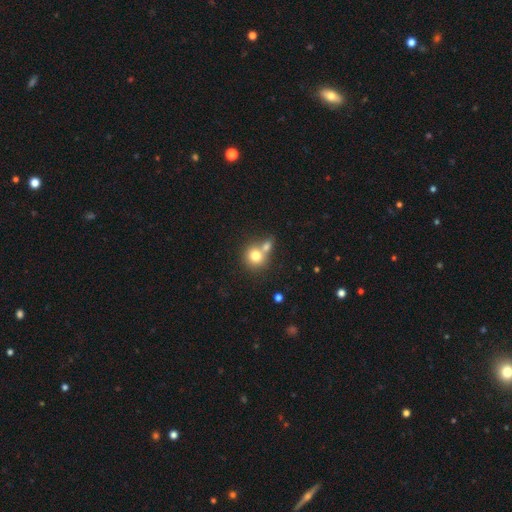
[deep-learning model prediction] smooth-or-featured: smooth: 77% | featured or disk: 13% | star or artifact: 10%
  how-rounded: round: 83% | in between: 16% | cigar-shaped: 1%
  merging: merger: 48% | none: 40% | minor disturbance: 8% | major disturbance: 3%